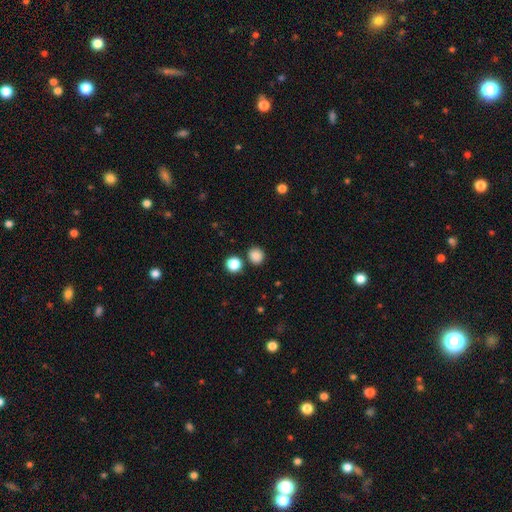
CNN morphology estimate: A smooth galaxy with no disk features (85%) that is round (87%). Merging: none (84%).